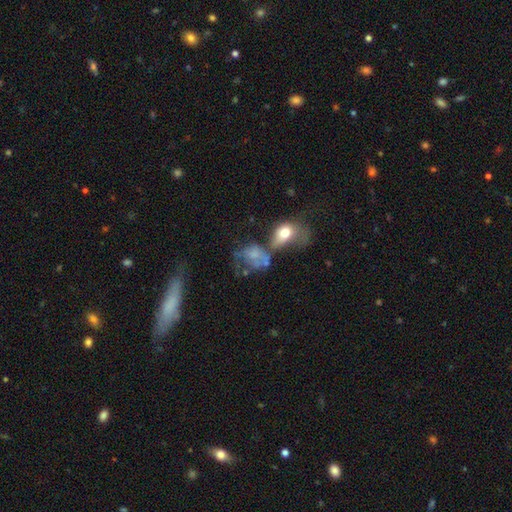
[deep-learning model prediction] Smooth or featured? Predicted: smooth (p=0.50). Merging? Predicted: merger (p=0.39).